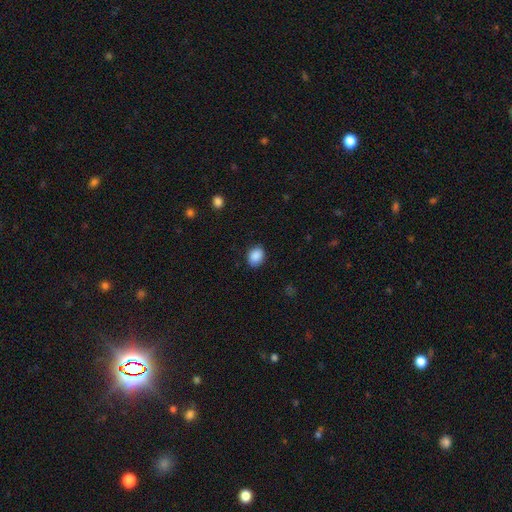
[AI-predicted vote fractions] Smooth or featured? Predicted: smooth (p=0.89). How rounded? Predicted: in between (p=0.59). Merging? Predicted: none (p=0.86).